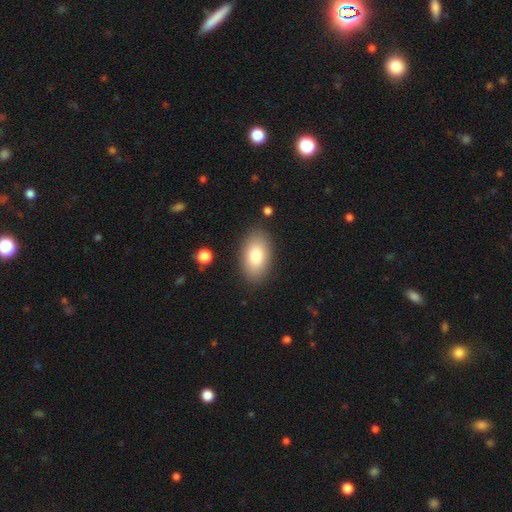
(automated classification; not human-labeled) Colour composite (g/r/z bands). It shows a smooth galaxy with no disk features (83%) that is in between round and cigar-shaped (93%). Merging: none (86%).